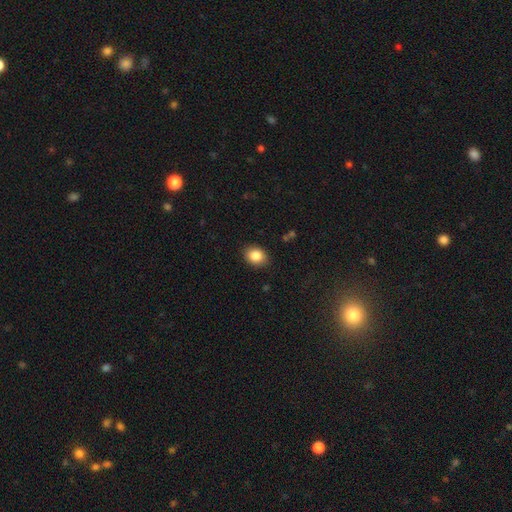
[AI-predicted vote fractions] smooth_or_featured: smooth (p=0.85) [alt: star or artifact p=0.09]
how_rounded: in between (p=0.58) [alt: round p=0.41]
merging: none (p=0.88) [alt: minor disturbance p=0.09]